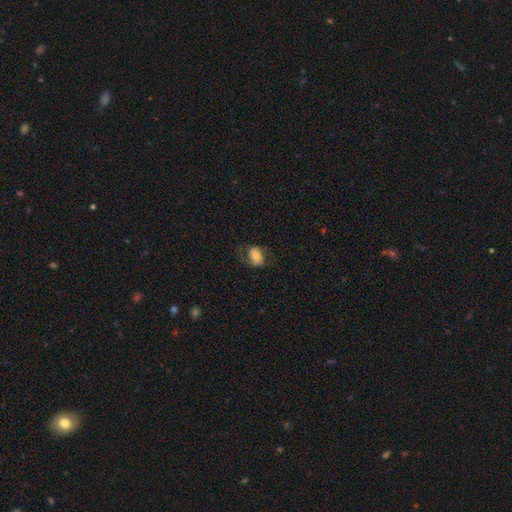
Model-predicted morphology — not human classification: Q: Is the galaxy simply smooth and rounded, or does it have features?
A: smooth — 53%.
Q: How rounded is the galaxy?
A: in between — 75%.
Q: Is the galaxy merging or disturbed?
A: none — 66%.